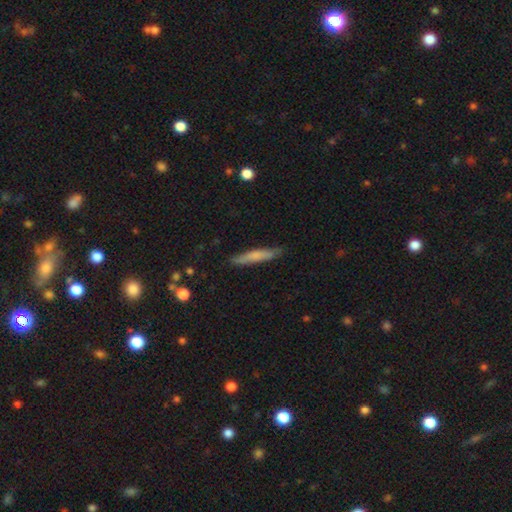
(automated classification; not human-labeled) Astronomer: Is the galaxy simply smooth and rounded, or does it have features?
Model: smooth — 67%.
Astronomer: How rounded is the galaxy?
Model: cigar-shaped — 92%.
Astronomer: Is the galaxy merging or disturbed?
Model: none — 84%.